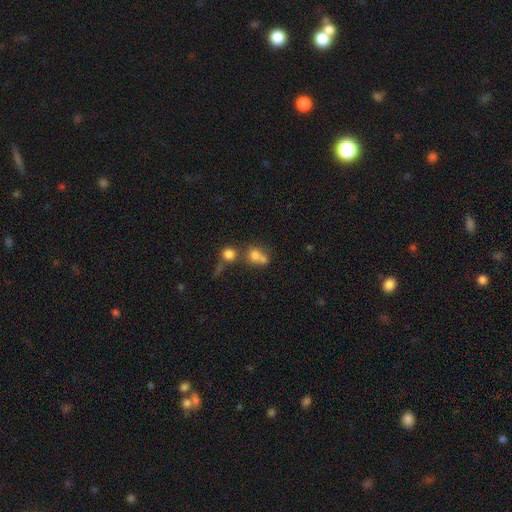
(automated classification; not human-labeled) Morphology: type=smooth (70%); roundness=round (66%); merging=merger (54%).